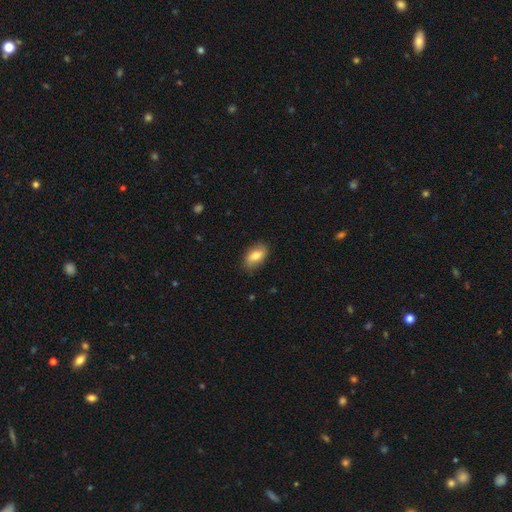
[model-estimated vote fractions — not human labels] A smooth galaxy with no disk features (77%) that is in between round and cigar-shaped (91%). Merging: none (81%).